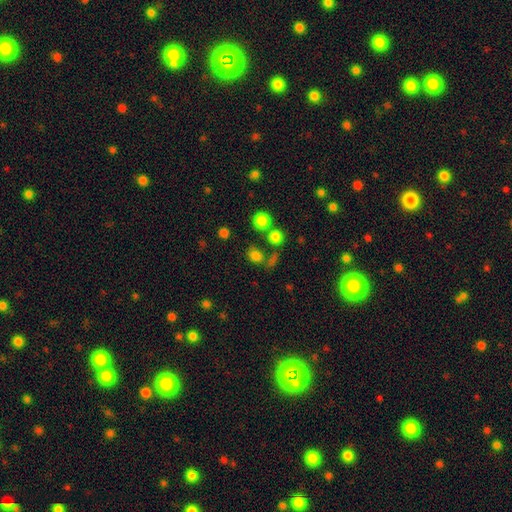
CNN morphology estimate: This is likely a smooth galaxy (77%). How rounded: possibly round (58%). Merging: likely none (63%).